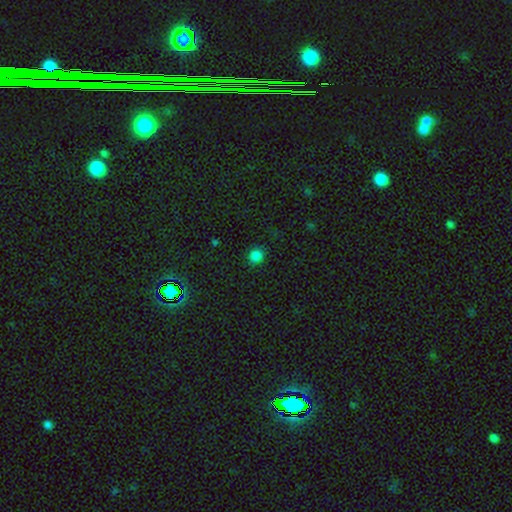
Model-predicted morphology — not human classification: Smooth or featured: smooth — 82% (star or artifact — 15%)
How rounded: round — 90% (in between — 9%)
Merging: none — 88% (minor disturbance — 8%)